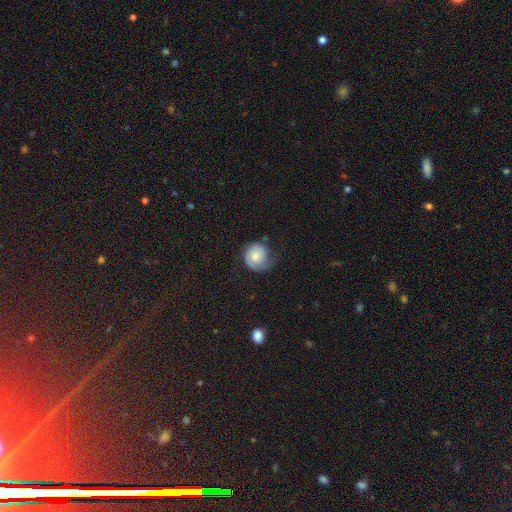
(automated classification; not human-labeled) Morphology: type=smooth (50%); merging=none (51%).